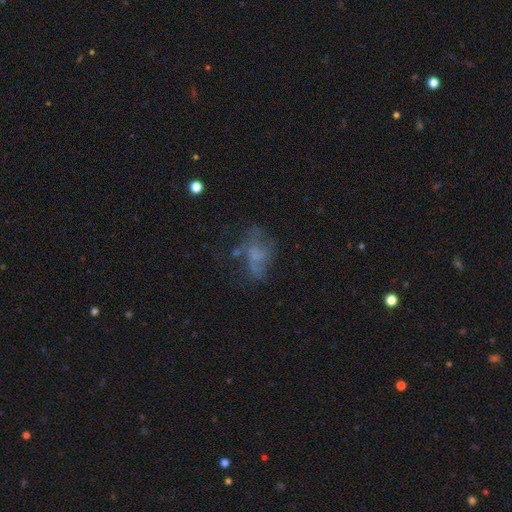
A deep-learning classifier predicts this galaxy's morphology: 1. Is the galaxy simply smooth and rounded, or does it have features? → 47% featured or disk, 34% smooth, 20% star or artifact.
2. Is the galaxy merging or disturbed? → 40% none, 32% major disturbance, 20% minor disturbance, 8% merger.